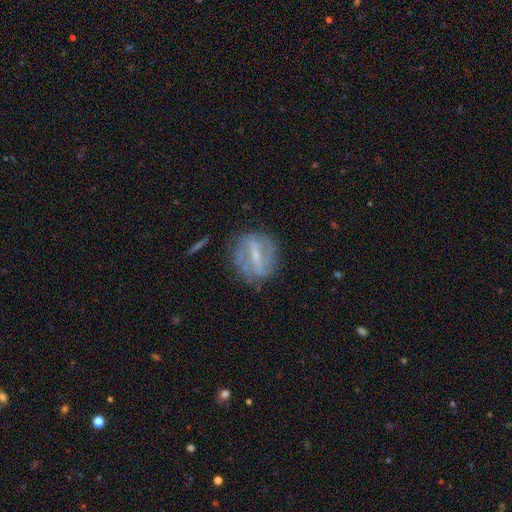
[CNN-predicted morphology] Smooth or featured?
  - featured or disk: 75% *
  - smooth: 17%
  - star or artifact: 8%
Edge-on disk?
  - no: 91% *
  - yes: 9%
Bar?
  - strong: 64% *
  - weak: 29%
  - no: 8%
Spiral arms?
  - yes: 69% *
  - no: 31%
Bulge size?
  - small: 52% *
  - moderate: 26%
  - none: 19%
  - large: 2%
  - dominant: 1%
Merging?
  - none: 70% *
  - minor disturbance: 18%
  - major disturbance: 9%
  - merger: 2%